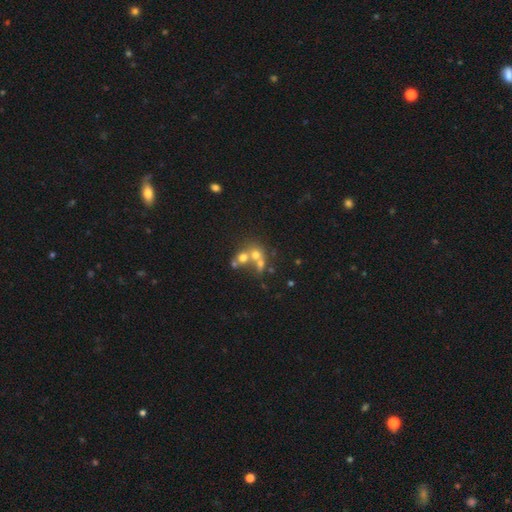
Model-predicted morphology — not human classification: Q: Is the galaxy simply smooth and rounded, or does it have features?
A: smooth — 57%.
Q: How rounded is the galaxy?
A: round — 75%.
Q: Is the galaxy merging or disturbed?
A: merger — 59%.